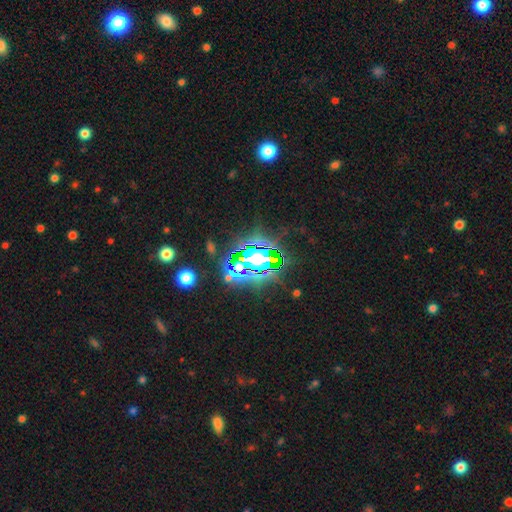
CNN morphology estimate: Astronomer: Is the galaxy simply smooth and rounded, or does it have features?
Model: star or artifact — 82%.